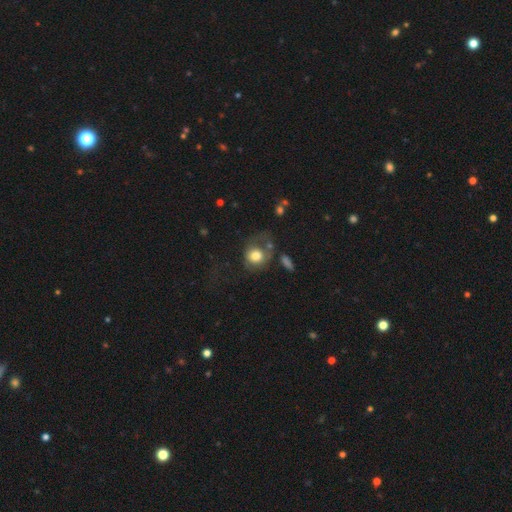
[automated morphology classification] The model was most divided on "merging": major disturbance: 35%, none: 34%, minor disturbance: 21%, merger: 9%. More confident: smooth or featured — smooth (73%); how rounded — round (70%).